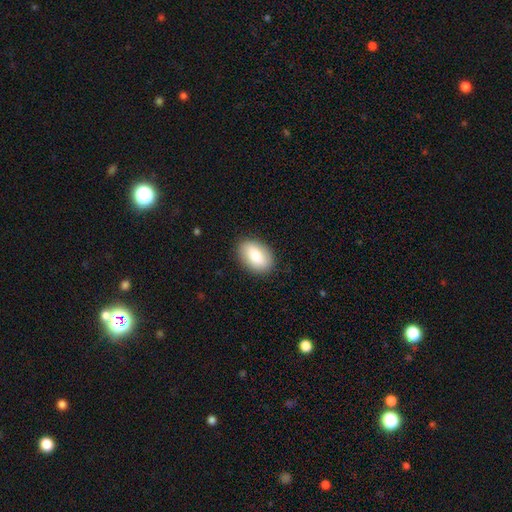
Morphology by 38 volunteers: type=smooth (89%); roundness=in between (79%); merging=none (83%).